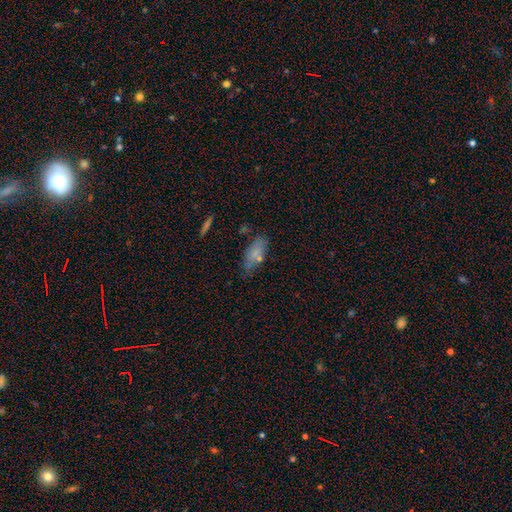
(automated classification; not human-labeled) The model was most divided on "smooth or featured": smooth: 63%, featured or disk: 20%, star or artifact: 17%. More confident: how rounded — in between (74%); merging — none (70%).